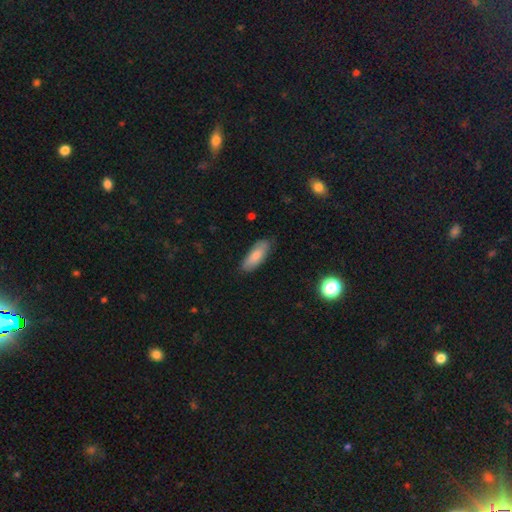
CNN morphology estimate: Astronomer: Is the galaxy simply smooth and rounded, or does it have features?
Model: smooth — 78%.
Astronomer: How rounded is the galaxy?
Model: in between — 73%.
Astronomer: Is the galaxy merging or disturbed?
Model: none — 79%.